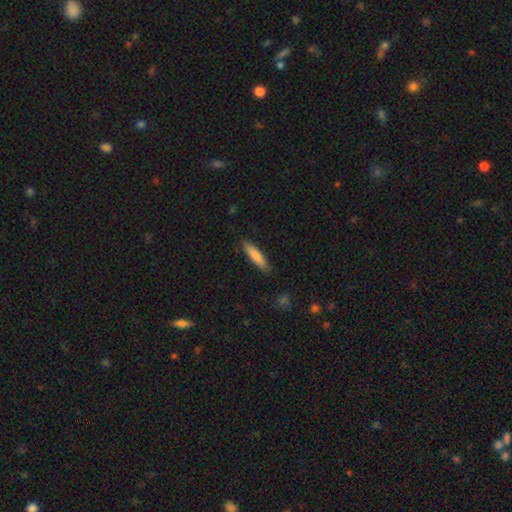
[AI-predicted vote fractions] Morphology: type=smooth (81%); roundness=cigar-shaped (83%); merging=none (88%).